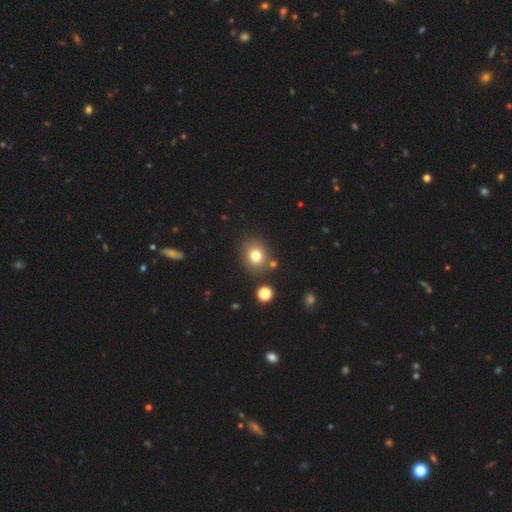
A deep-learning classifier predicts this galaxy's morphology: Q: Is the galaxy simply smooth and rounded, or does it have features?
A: smooth — 78%.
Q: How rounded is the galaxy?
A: round — 73%.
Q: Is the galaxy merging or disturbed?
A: none — 80%.